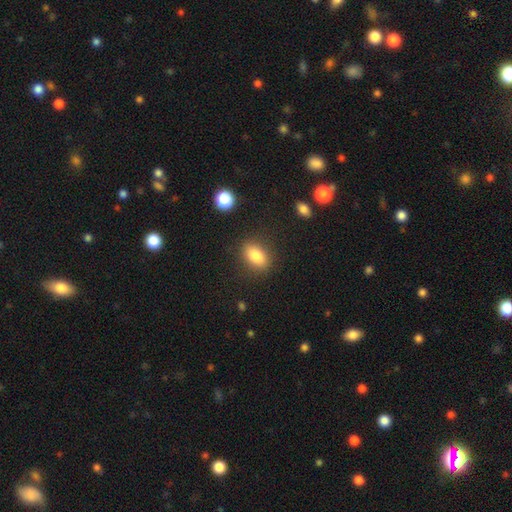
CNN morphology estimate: Smooth or featured?
  - smooth: 84% *
  - star or artifact: 8%
  - featured or disk: 8%
How rounded?
  - in between: 84% *
  - round: 13%
  - cigar-shaped: 3%
Merging?
  - none: 85% *
  - minor disturbance: 10%
  - major disturbance: 3%
  - merger: 2%